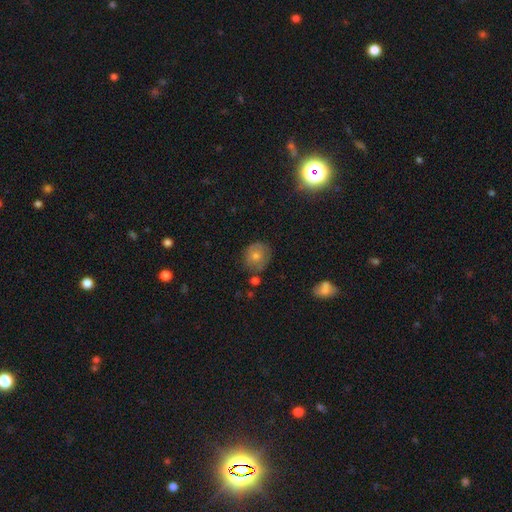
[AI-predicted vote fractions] Smooth or featured? Predicted: smooth (p=0.57). How rounded? Predicted: round (p=0.78). Merging? Predicted: none (p=0.74).